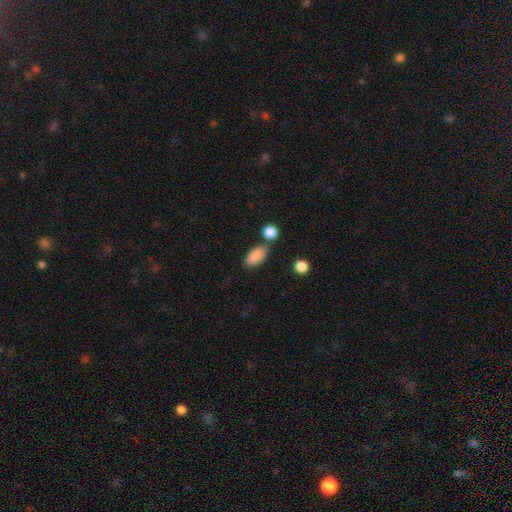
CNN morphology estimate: The model was most divided on "merging": none: 68%, minor disturbance: 14%, merger: 14%, major disturbance: 4%. More confident: how rounded — in between (90%); smooth or featured — smooth (85%).